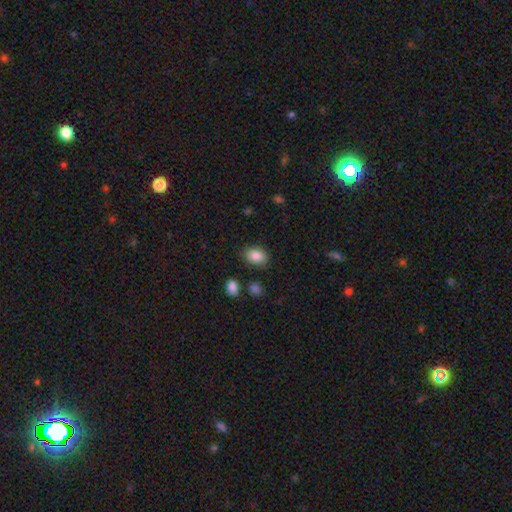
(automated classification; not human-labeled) smooth_or_featured: smooth (p=0.87) [alt: star or artifact p=0.08]
how_rounded: in between (p=0.82) [alt: round p=0.17]
merging: none (p=0.83) [alt: minor disturbance p=0.11]